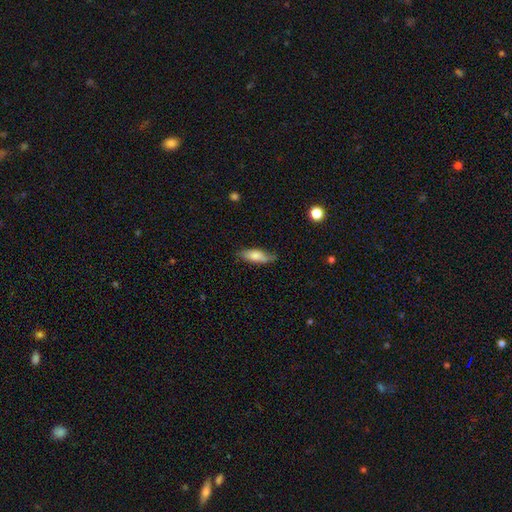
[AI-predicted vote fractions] Smooth or featured? smooth (73%)
How rounded? in between (60%)
Merging? none (68%)